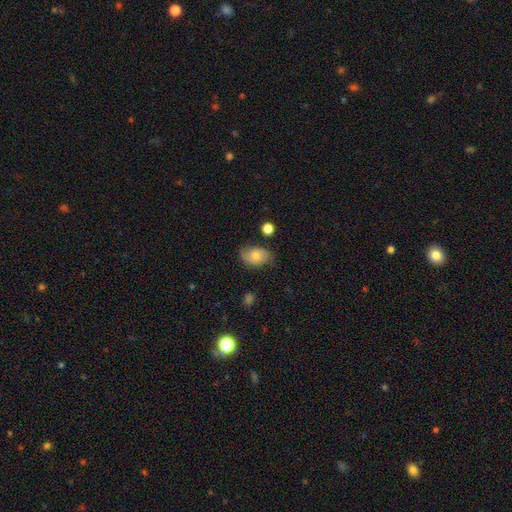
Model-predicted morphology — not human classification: Smooth or featured: smooth — 57% (featured or disk — 34%)
How rounded: in between — 86% (round — 13%)
Merging: none — 71% (minor disturbance — 22%)